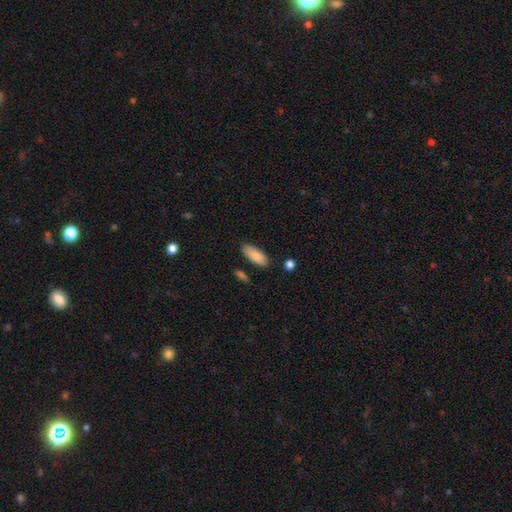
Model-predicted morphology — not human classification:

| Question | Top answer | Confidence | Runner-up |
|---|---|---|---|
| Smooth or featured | smooth | 88% | star or artifact (6%) |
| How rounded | in between | 78% | cigar-shaped (20%) |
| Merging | none | 83% | minor disturbance (12%) |